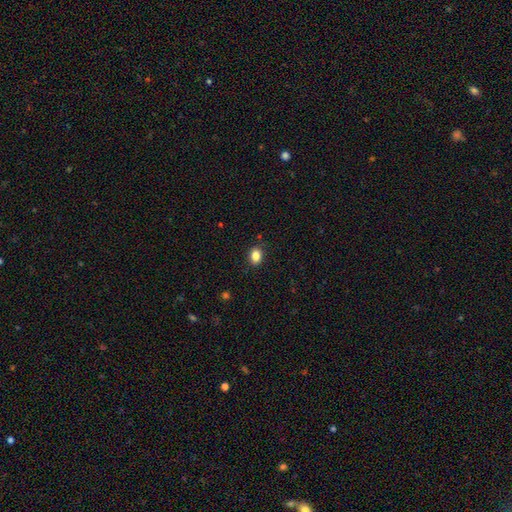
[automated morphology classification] A smooth galaxy with no disk features (85%) that is in between round and cigar-shaped (68%). Merging: none (87%).